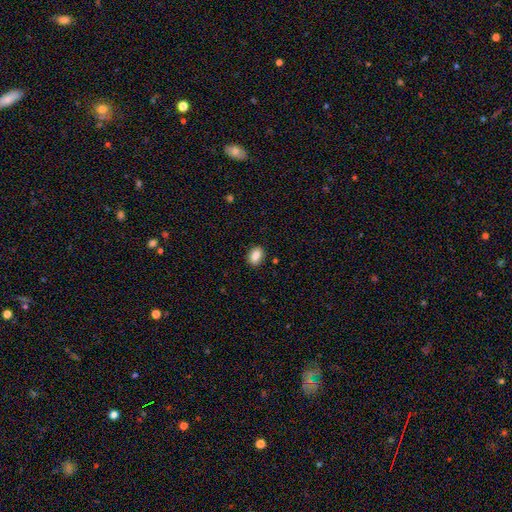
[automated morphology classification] smooth_or_featured: smooth (p=0.87) [alt: star or artifact p=0.08]
how_rounded: in between (p=0.75) [alt: round p=0.24]
merging: none (p=0.89) [alt: minor disturbance p=0.08]